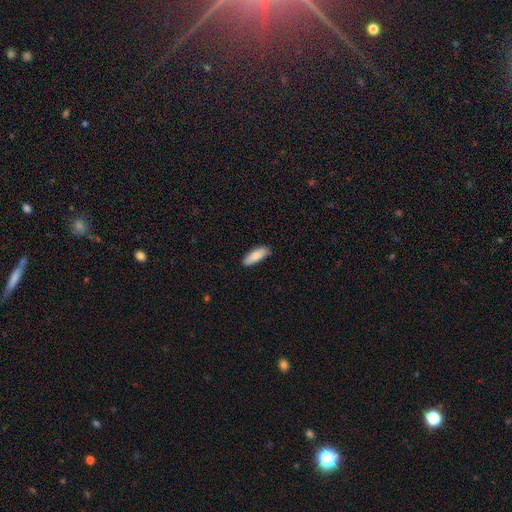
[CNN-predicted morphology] Smooth or featured? smooth (87%)
How rounded? in between (65%)
Merging? none (84%)